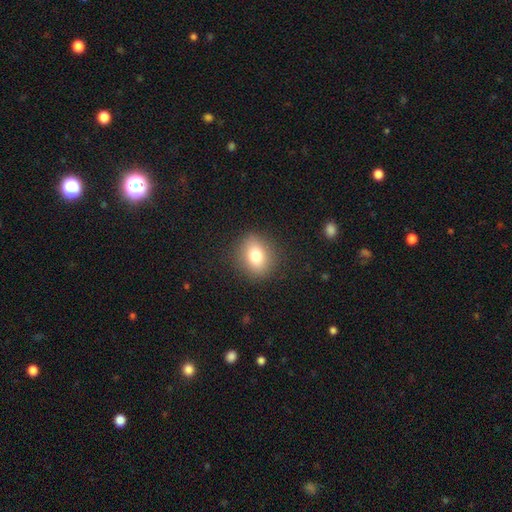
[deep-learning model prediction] A smooth galaxy with no disk features (78%) that is round (57%). Merging: none (88%).